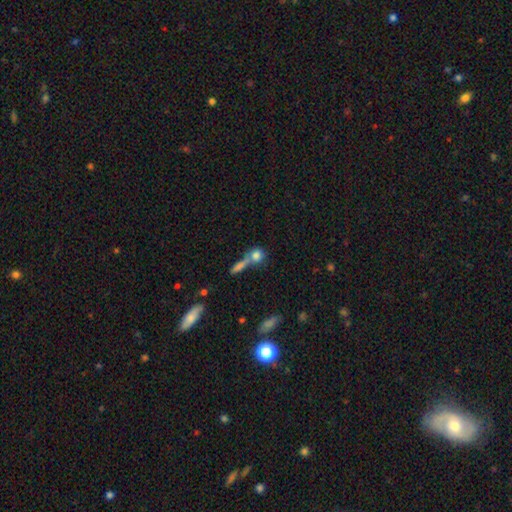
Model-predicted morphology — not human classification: smooth-or-featured: smooth: 76% | featured or disk: 14% | star or artifact: 10%
  how-rounded: round: 72% | in between: 18% | cigar-shaped: 10%
  merging: none: 44% | merger: 40% | minor disturbance: 10% | major disturbance: 6%